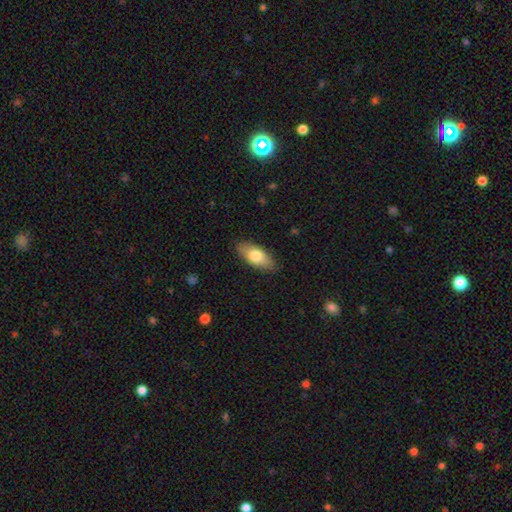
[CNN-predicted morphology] The model was most divided on "smooth or featured": smooth: 75%, featured or disk: 20%, star or artifact: 6%. More confident: merging — none (86%); how rounded — in between (86%).